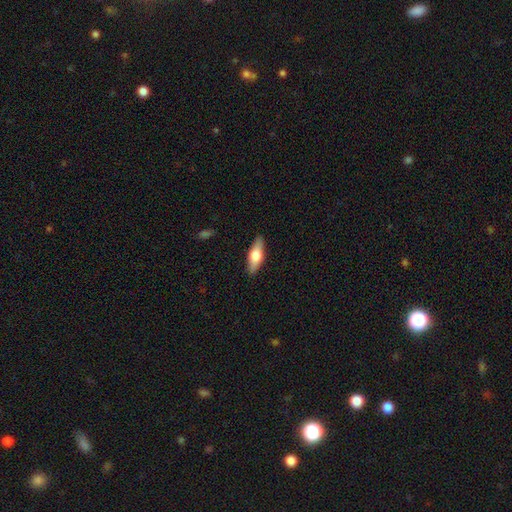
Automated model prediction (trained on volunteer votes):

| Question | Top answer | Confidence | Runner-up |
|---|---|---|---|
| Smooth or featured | smooth | 59% | featured or disk (35%) |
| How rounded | in between | 65% | cigar-shaped (32%) |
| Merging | none | 88% | minor disturbance (9%) |